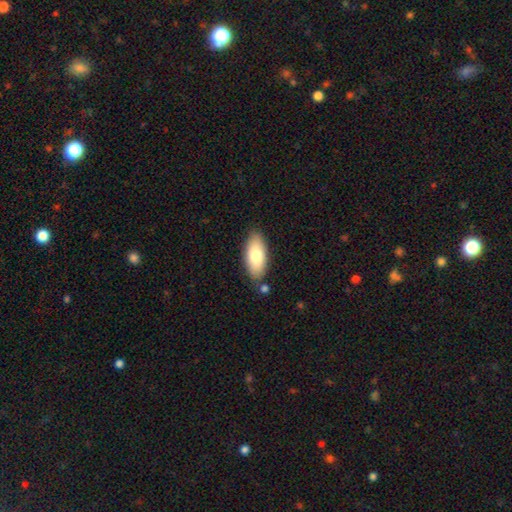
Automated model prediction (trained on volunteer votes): Smooth or featured? Predicted: smooth (p=0.78). How rounded? Predicted: in between (p=0.84). Merging? Predicted: none (p=0.80).